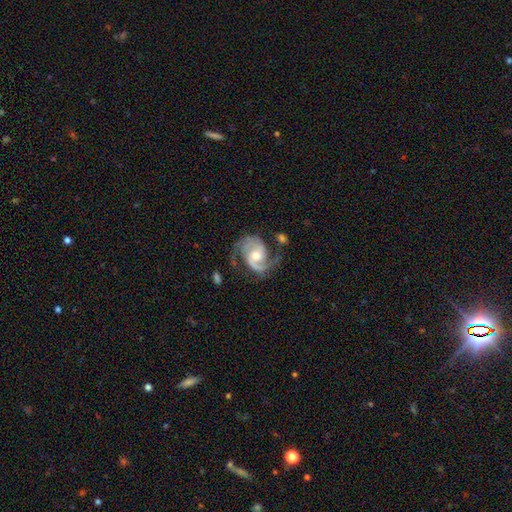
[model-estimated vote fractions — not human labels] Smooth or featured?
  - featured or disk: 90% *
  - smooth: 5%
  - star or artifact: 4%
Edge-on disk?
  - no: 98% *
  - yes: 2%
Bar?
  - no: 53% *
  - weak: 38%
  - strong: 9%
Spiral arms?
  - yes: 98% *
  - no: 2%
Spiral winding?
  - medium: 55% *
  - tight: 26%
  - loose: 19%
Spiral arm count?
  - 2: 88% *
  - 1: 4%
  - can't tell: 3%
  - 3: 2%
  - 4: 1%
  - more than 4: 1%
Bulge size?
  - moderate: 67% *
  - small: 25%
  - large: 5%
  - none: 2%
  - dominant: 1%
Merging?
  - none: 64% *
  - minor disturbance: 21%
  - major disturbance: 12%
  - merger: 3%